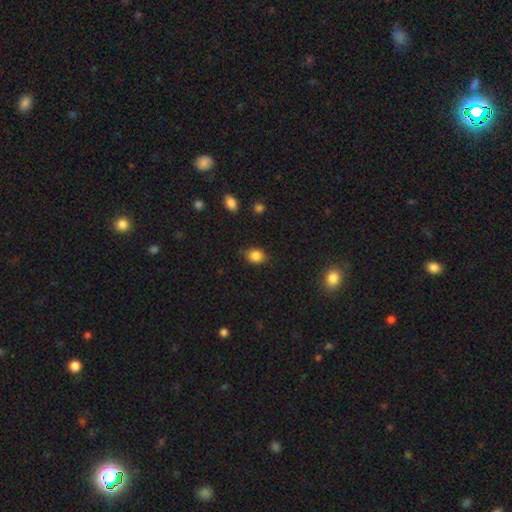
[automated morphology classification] A smooth galaxy with no disk features (85%) that is round (57%). Merging: none (76%).